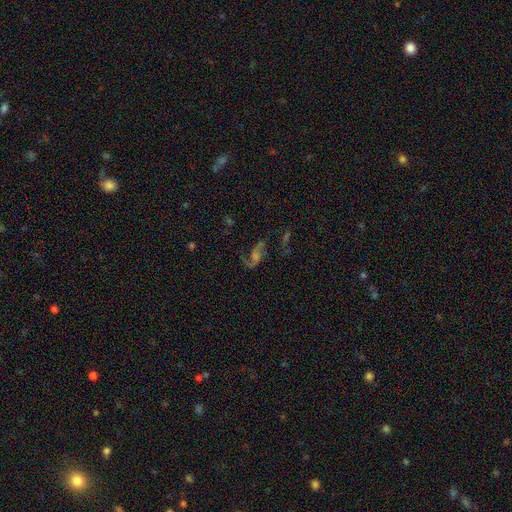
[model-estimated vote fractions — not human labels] This is likely a featured or disk galaxy (74%). It is clearly not viewed edge-on (96%). Bar: possibly no (48%). Spiral arm pattern: clearly yes (91%). Spiral arm count: clearly 2 (87%). Spiral winding: likely loose (66%). Central bulge: marginally moderate (35%). Merging: possibly none (60%).